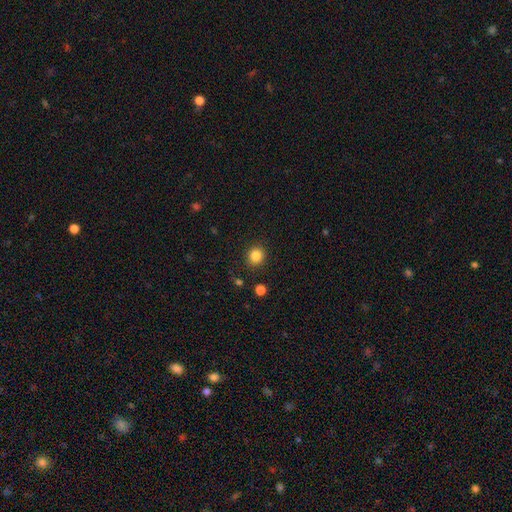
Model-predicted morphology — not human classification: Smooth or featured: smooth — 84% (star or artifact — 11%)
How rounded: round — 83% (in between — 16%)
Merging: none — 88% (minor disturbance — 7%)